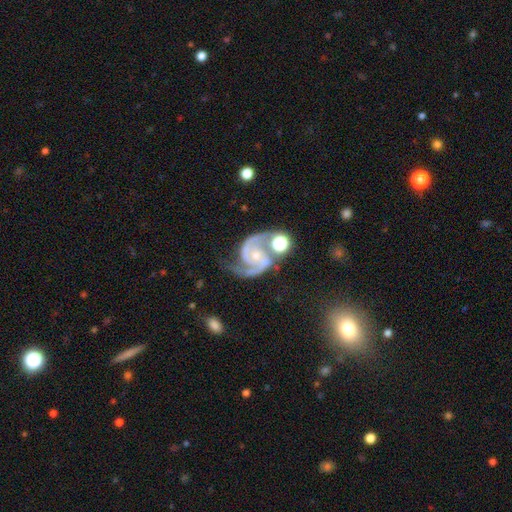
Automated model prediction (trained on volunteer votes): Smooth or featured? featured or disk (92%)
Edge-on disk? no (98%)
Bar? no (60%)
Spiral arms? yes (98%)
Spiral winding? medium (62%)
Spiral arm count? 2 (92%)
Bulge size? small (61%)
Merging? none (57%)